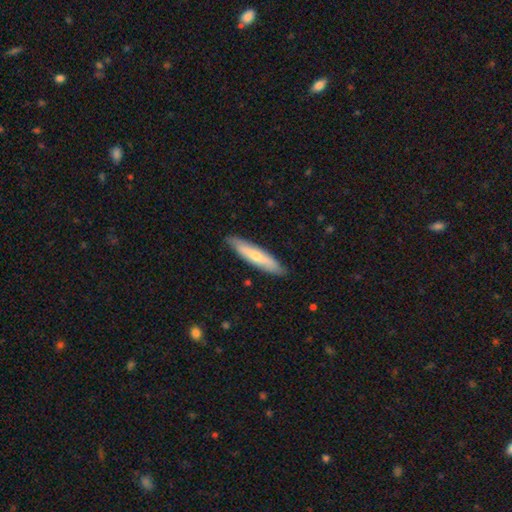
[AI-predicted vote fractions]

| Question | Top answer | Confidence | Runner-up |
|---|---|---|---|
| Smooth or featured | smooth | 54% | featured or disk (40%) |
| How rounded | cigar-shaped | 84% | in between (15%) |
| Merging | none | 87% | minor disturbance (10%) |